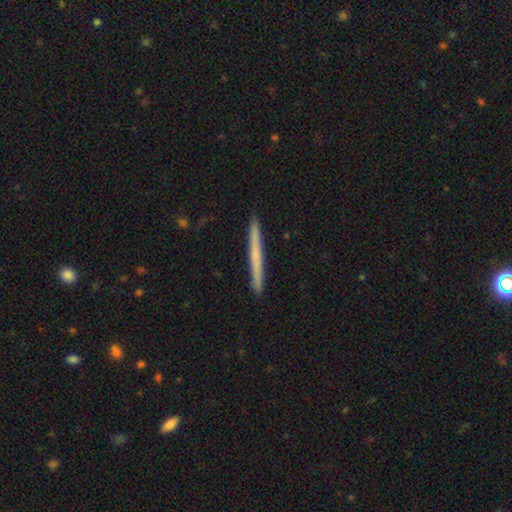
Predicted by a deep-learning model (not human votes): A smooth galaxy with no disk features (54%) that is cigar-shaped (97%).

Vote fractions:
- Smooth or featured? smooth: 54% / featured or disk: 40% / star or artifact: 6%
- How rounded? cigar-shaped: 97% / in between: 1% / round: 1%
- Merging? none: 93% / minor disturbance: 5% / major disturbance: 1% / merger: 1%